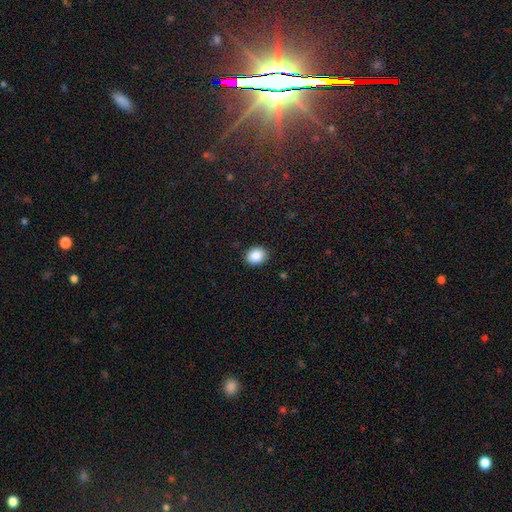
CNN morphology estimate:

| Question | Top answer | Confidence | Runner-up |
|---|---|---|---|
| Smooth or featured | smooth | 88% | star or artifact (8%) |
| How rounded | round | 53% | in between (46%) |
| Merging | none | 90% | minor disturbance (7%) |